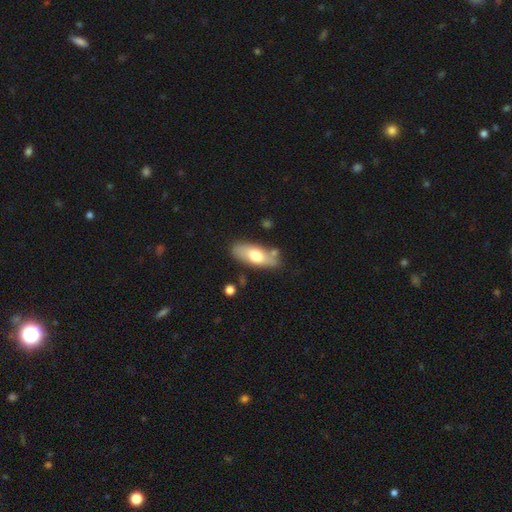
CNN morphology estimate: This appears to be a smooth galaxy with no disk features (65%) that is in between round and cigar-shaped (73%). Merging: none (75%).